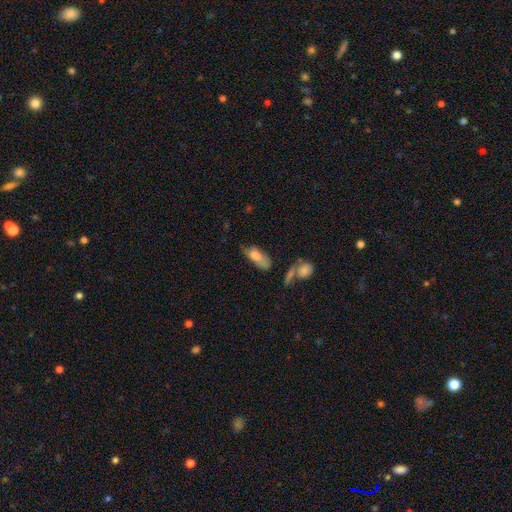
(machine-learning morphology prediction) Overall: smooth (71%). How rounded: in between (84%). Merging: none (34%; minor disturbance 29%).